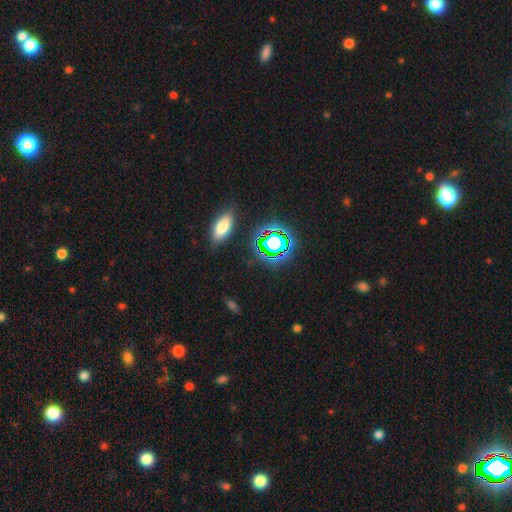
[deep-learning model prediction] Smooth or featured? star or artifact (52%)